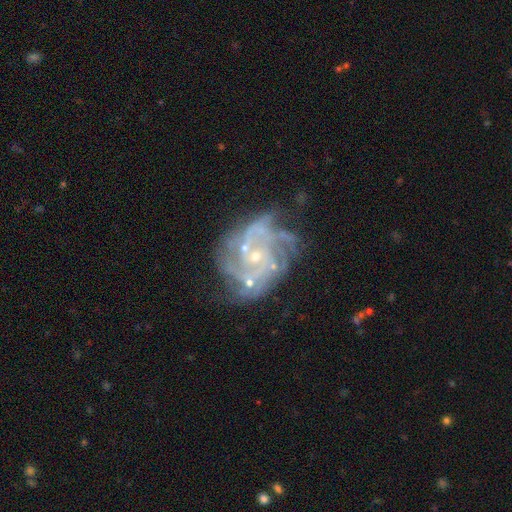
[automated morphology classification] A featured or disk galaxy (86%) with no bar (71%), tight (49%) spiral arms (92%) and a small central bulge (78%). Merging: none (54%).